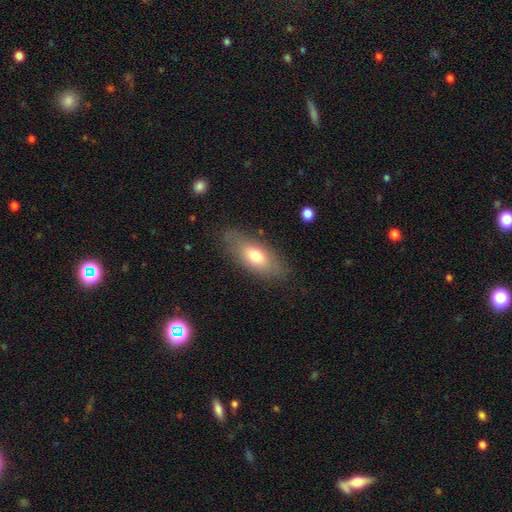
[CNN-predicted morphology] Smooth or featured? smooth (71%)
How rounded? in between (82%)
Merging? none (80%)